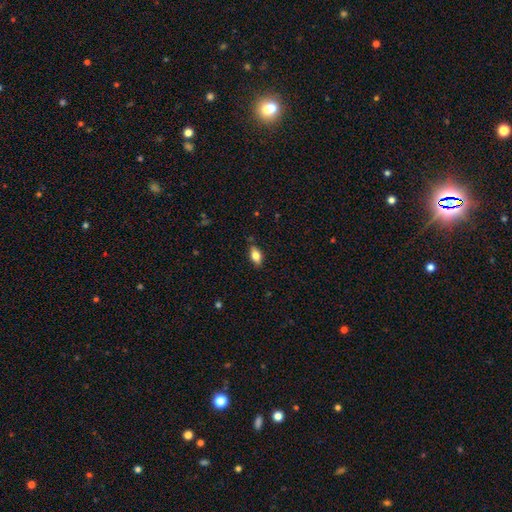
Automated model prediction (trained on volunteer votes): smooth-or-featured: smooth: 77% | featured or disk: 15% | star or artifact: 8%
  how-rounded: in between: 88% | cigar-shaped: 6% | round: 5%
  merging: none: 82% | minor disturbance: 14% | major disturbance: 3% | merger: 1%